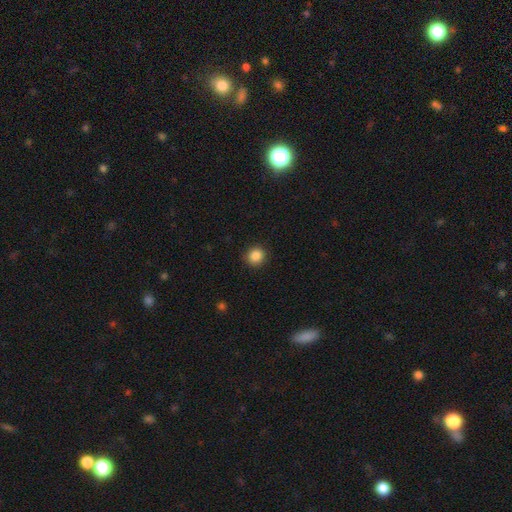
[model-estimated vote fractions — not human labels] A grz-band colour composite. It shows a smooth galaxy with no disk features (86%) that is round (91%). Merging: none (92%).